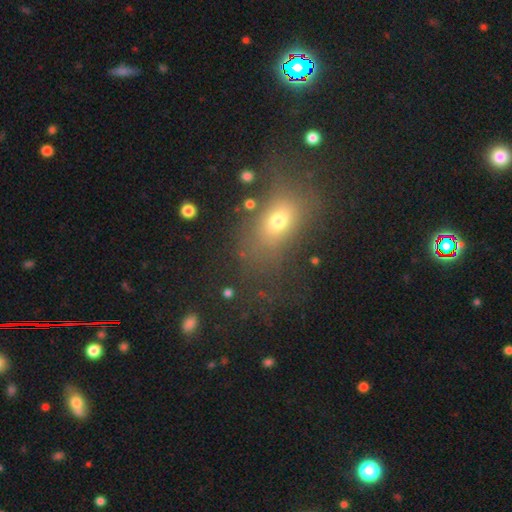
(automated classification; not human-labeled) Smooth or featured?
  - smooth: 60% *
  - star or artifact: 25%
  - featured or disk: 15%
How rounded?
  - in between: 70% *
  - round: 25%
  - cigar-shaped: 5%
Merging?
  - none: 70% *
  - minor disturbance: 16%
  - major disturbance: 11%
  - merger: 4%